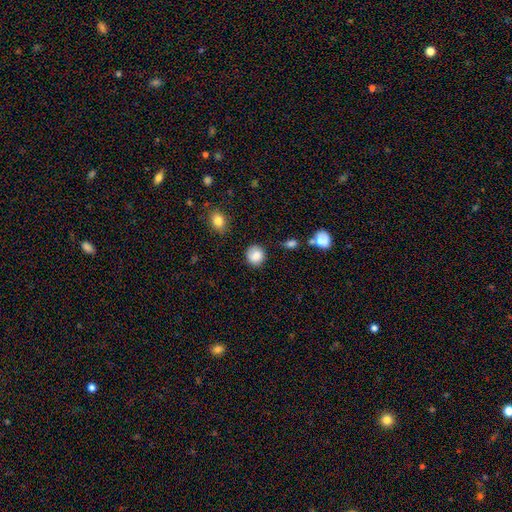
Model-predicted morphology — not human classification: Overall: smooth (84%). How rounded: round (87%). Merging: none (82%).